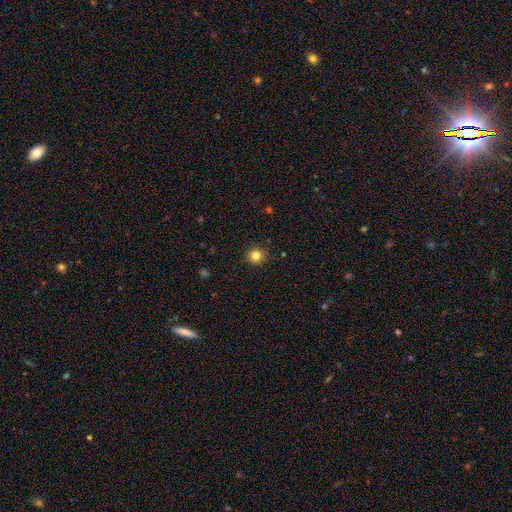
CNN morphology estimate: Smooth or featured? Predicted: smooth (p=0.83). How rounded? Predicted: round (p=0.93). Merging? Predicted: none (p=0.91).